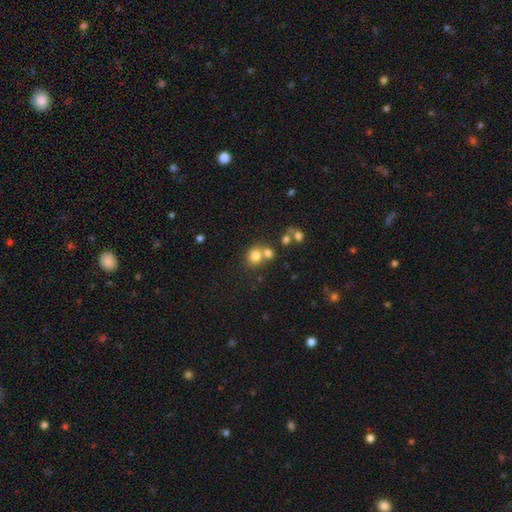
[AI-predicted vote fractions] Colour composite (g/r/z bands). It shows a smooth galaxy with no disk features (76%) that is round (83%). Merging: none (49%).